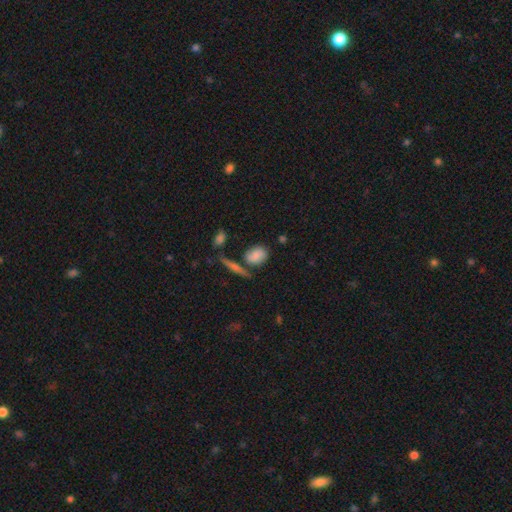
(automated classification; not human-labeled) The model was most divided on "how rounded": in between: 64%, round: 32%, cigar-shaped: 5%. More confident: smooth or featured — smooth (79%); merging — none (59%).